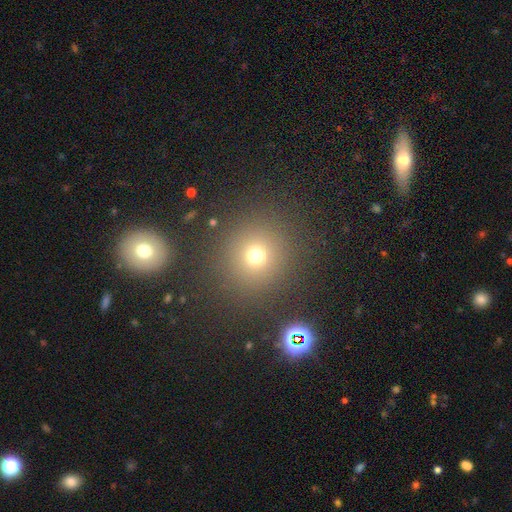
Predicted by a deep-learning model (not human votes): Morphology: type=smooth (69%); roundness=round (91%); merging=none (86%).